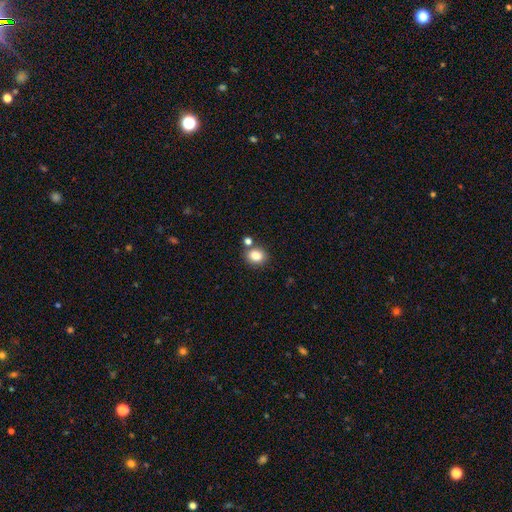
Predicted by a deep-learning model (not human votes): A smooth galaxy with no disk features (84%) that is round (56%). Merging: none (72%).